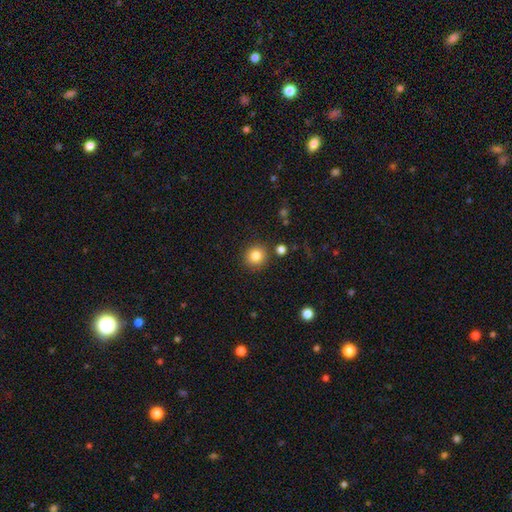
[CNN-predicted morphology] smooth_or_featured: smooth (p=0.84) [alt: star or artifact p=0.10]
how_rounded: round (p=0.92) [alt: in between p=0.07]
merging: none (p=0.88) [alt: minor disturbance p=0.07]